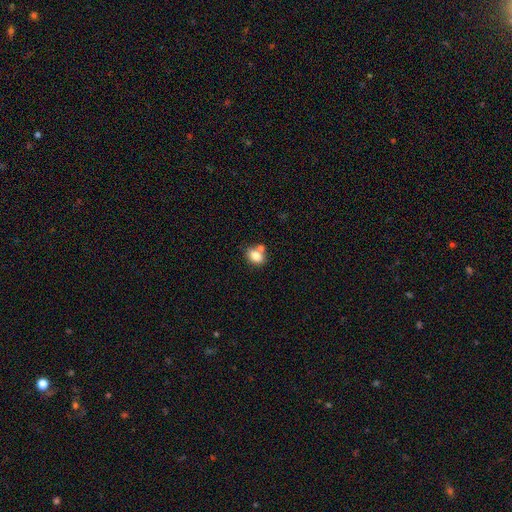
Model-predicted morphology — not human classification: smooth_or_featured: smooth (p=0.82) [alt: star or artifact p=0.09]
how_rounded: in between (p=0.75) [alt: round p=0.23]
merging: none (p=0.55) [alt: merger p=0.28]